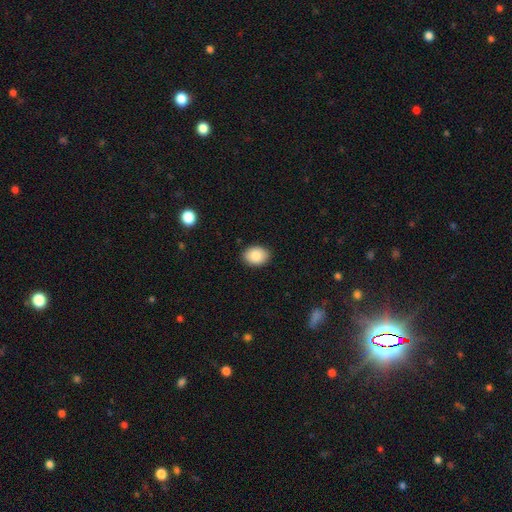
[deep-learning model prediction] Smooth or featured? Predicted: smooth (p=0.86). How rounded? Predicted: in between (p=0.70). Merging? Predicted: none (p=0.89).